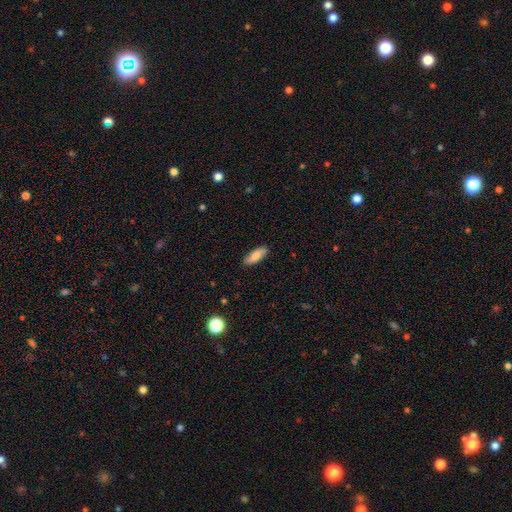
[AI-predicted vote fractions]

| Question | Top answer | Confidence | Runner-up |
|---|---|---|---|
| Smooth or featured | smooth | 79% | featured or disk (15%) |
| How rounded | in between | 68% | cigar-shaped (30%) |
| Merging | none | 86% | minor disturbance (11%) |